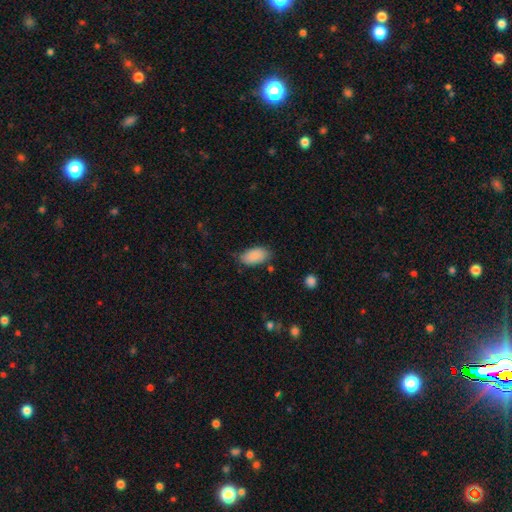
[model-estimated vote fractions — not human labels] A smooth galaxy with no disk features (89%) that is in between round and cigar-shaped (95%). Merging: none (74%).